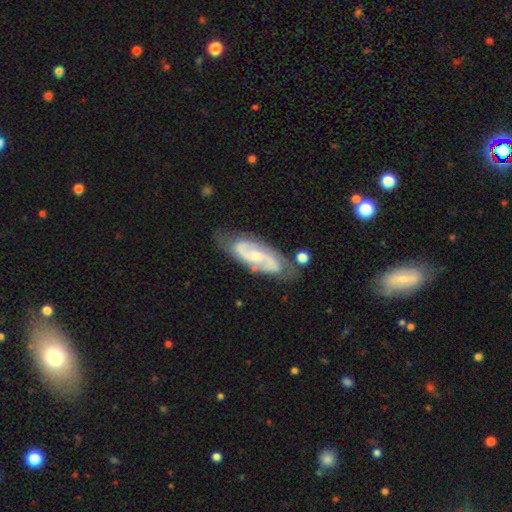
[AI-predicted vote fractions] A featured or disk galaxy (85%) with no bar (45%), 2 (87%) medium (50%) spiral arms (96%) and a small central bulge (55%).

Vote fractions:
- Smooth or featured? featured or disk: 85% / smooth: 10% / star or artifact: 5%
- Edge-on disk? no: 93% / yes: 7%
- Bar? no: 45% / weak: 40% / strong: 15%
- Spiral arms? yes: 96% / no: 4%
- Spiral winding? medium: 50% / tight: 34% / loose: 16%
- Spiral arm count? 2: 87% / can't tell: 7% / 3: 3% / 1: 1% / 4: 1% / more than 4: 1%
- Bulge size? small: 55% / moderate: 37% / none: 5% / large: 2% / dominant: 1%
- Merging? none: 73% / minor disturbance: 19% / major disturbance: 5% / merger: 4%